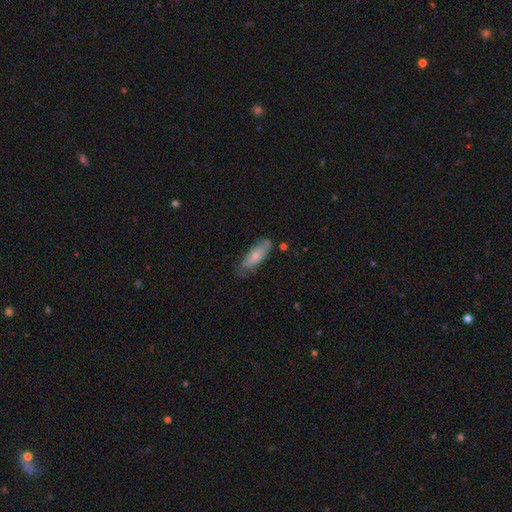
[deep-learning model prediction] Smooth or featured: smooth — 66% (featured or disk — 28%)
How rounded: in between — 67% (cigar-shaped — 31%)
Merging: none — 60% (minor disturbance — 29%)